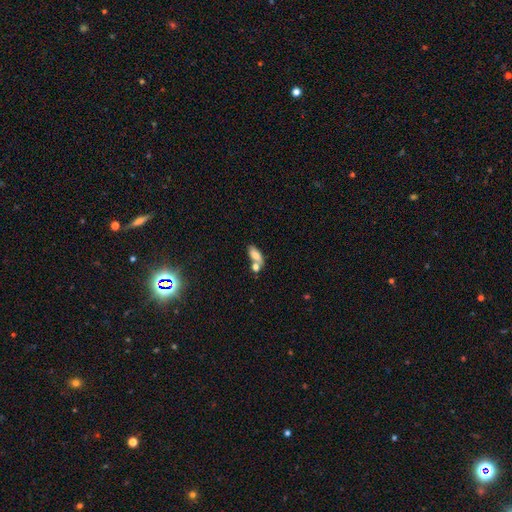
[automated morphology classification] The model was most divided on "merging": merger: 46%, none: 36%, minor disturbance: 12%, major disturbance: 6%. More confident: how rounded — in between (81%); smooth or featured — smooth (73%).